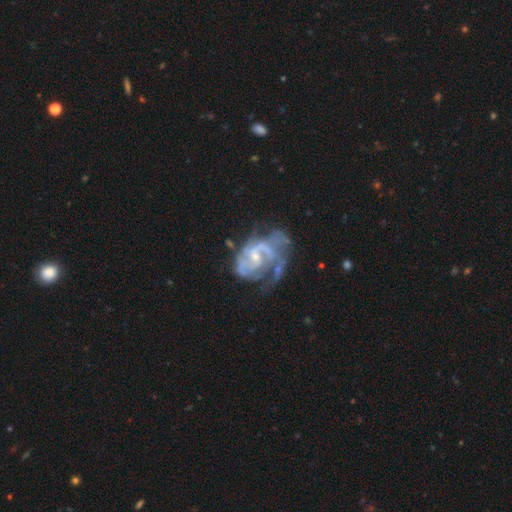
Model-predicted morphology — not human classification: Overall: featured or disk (85%). Edge-on disk: no (98%). Bar: weak (45%; no 44%). Spiral arms: yes (90%). Spiral arm count: 2 (48%; can't tell 24%). Spiral winding: medium (45%; tight 37%). Bulge size: small (66%; moderate 28%). Merging: major disturbance (37%; none 33%).